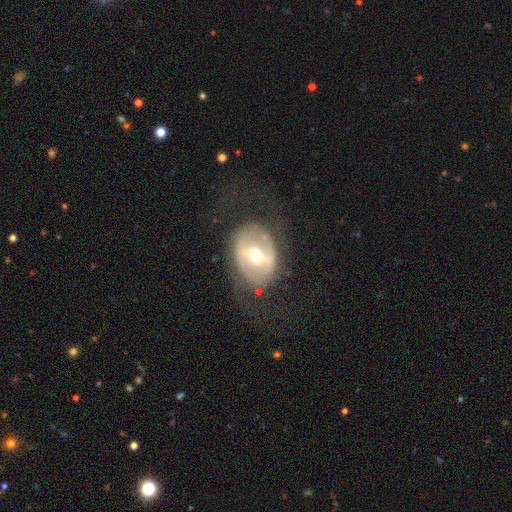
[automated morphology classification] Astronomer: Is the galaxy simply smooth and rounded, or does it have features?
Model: featured or disk — 65%.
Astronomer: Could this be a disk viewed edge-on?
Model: no — 94%.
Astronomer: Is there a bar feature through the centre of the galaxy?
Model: strong — 38% (runner-up: weak, 35%).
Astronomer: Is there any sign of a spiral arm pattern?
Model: no — 62% (runner-up: yes, 38%).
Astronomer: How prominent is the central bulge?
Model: moderate — 64%.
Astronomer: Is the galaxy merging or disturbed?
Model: none — 66%.